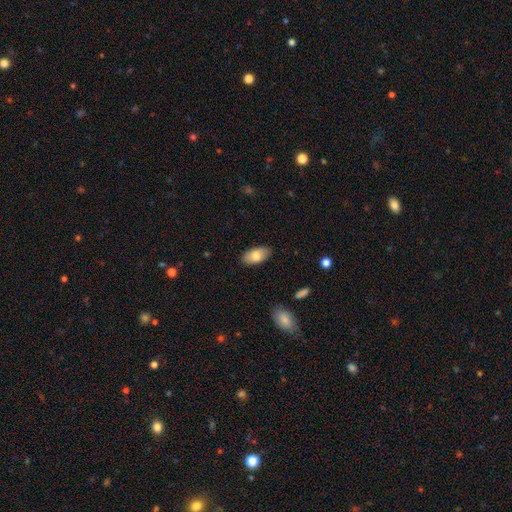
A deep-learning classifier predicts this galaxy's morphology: Smooth or featured? smooth (80%)
How rounded? in between (94%)
Merging? none (86%)